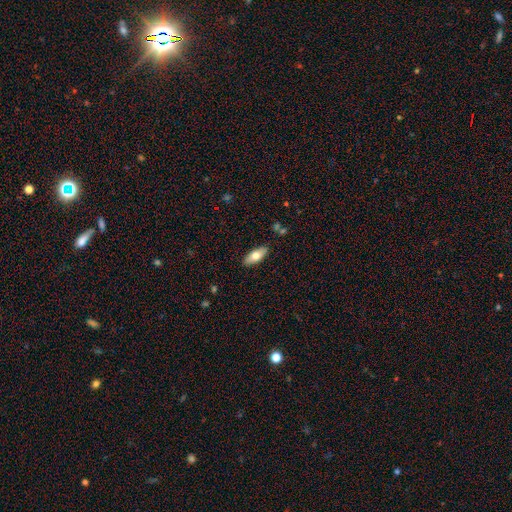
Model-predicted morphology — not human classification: Smooth or featured?
  - smooth: 72% *
  - featured or disk: 22%
  - star or artifact: 6%
How rounded?
  - in between: 81% *
  - cigar-shaped: 17%
  - round: 2%
Merging?
  - none: 88% *
  - minor disturbance: 9%
  - major disturbance: 2%
  - merger: 1%